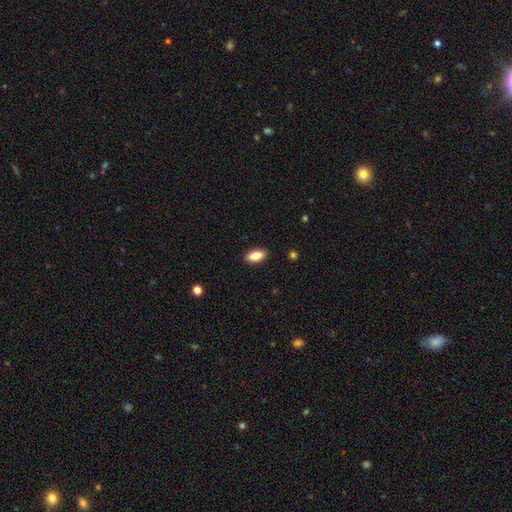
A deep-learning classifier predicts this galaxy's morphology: Smooth or featured: smooth — 84% (featured or disk — 8%)
How rounded: in between — 91% (cigar-shaped — 6%)
Merging: none — 90% (minor disturbance — 8%)